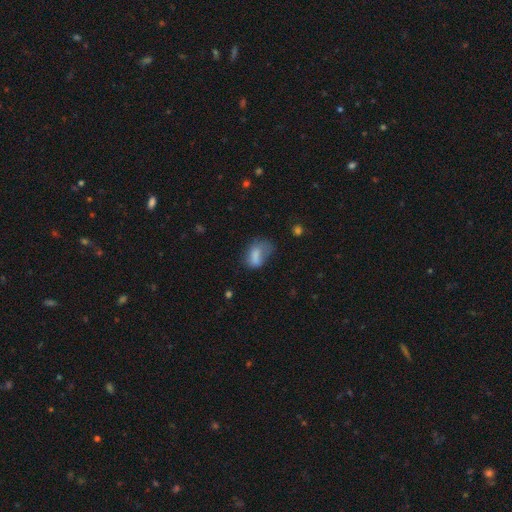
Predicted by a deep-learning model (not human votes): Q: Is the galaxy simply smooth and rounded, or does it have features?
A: smooth — 71%.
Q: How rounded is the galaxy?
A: in between — 84%.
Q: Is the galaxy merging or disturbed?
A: major disturbance — 32%.